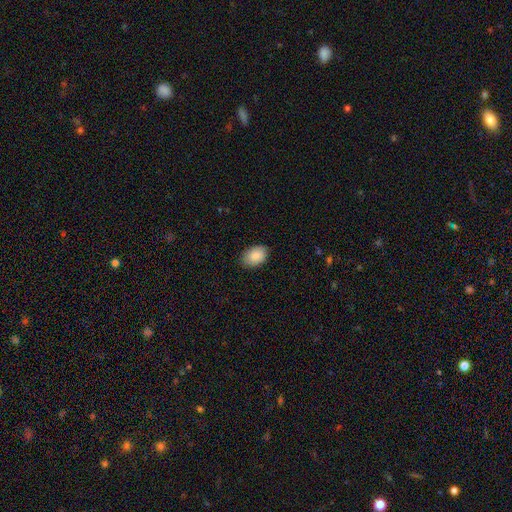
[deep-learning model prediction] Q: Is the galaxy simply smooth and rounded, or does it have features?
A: smooth — 87%.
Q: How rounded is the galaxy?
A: in between — 86%.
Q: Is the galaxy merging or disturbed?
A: none — 83%.